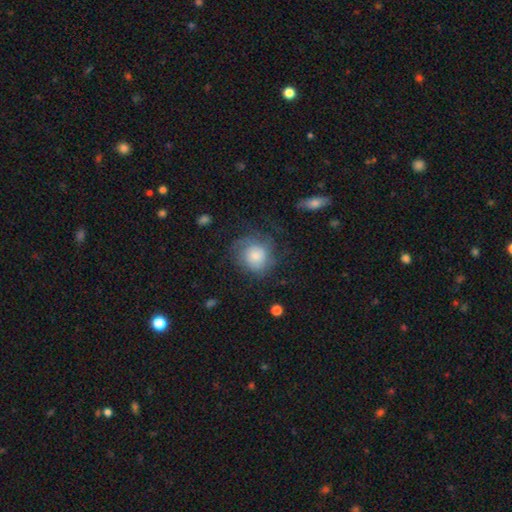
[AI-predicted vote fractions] Q: Smooth or featured?
A: smooth (51%); runner-up: featured or disk (40%)
Q: How rounded?
A: round (81%); runner-up: in between (18%)
Q: Merging?
A: none (57%); runner-up: minor disturbance (21%)